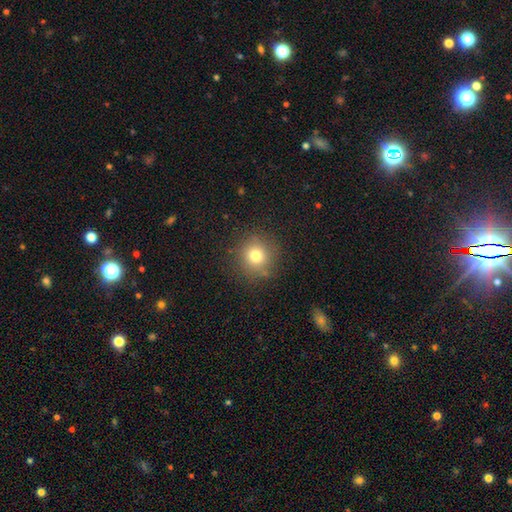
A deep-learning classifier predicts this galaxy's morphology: Smooth or featured? Predicted: smooth (p=0.77). How rounded? Predicted: round (p=0.93). Merging? Predicted: none (p=0.87).